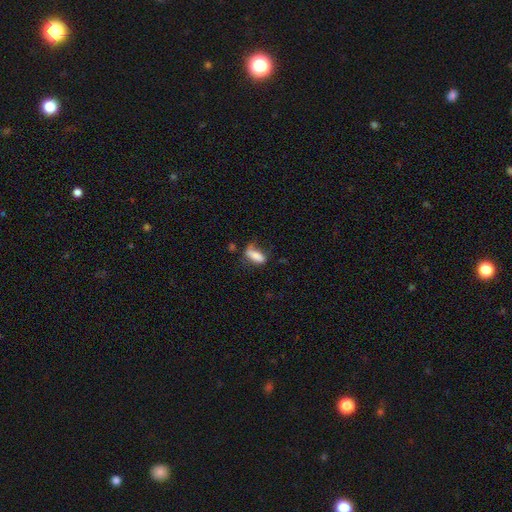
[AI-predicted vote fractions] Smooth or featured?
  - smooth: 78% *
  - featured or disk: 13%
  - star or artifact: 9%
How rounded?
  - in between: 73% *
  - cigar-shaped: 24%
  - round: 3%
Merging?
  - none: 42% *
  - minor disturbance: 31%
  - major disturbance: 20%
  - merger: 7%